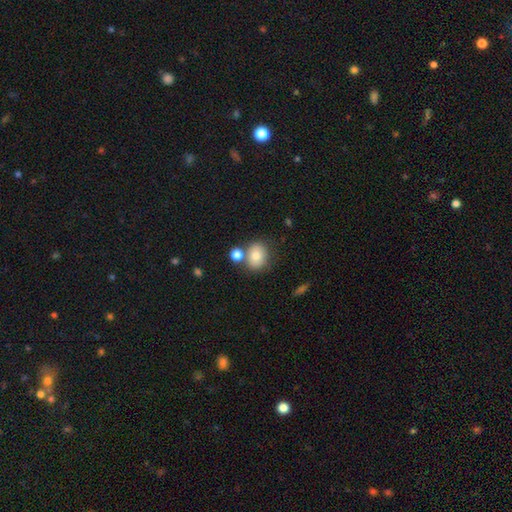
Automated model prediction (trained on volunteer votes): This is likely a smooth galaxy (78%). How rounded: likely round (60%). Merging: possibly none (60%).